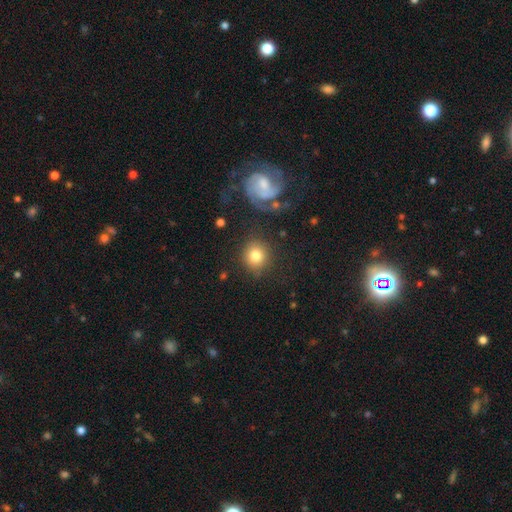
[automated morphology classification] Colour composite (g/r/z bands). It shows a smooth galaxy with no disk features (77%) that is round (86%). Merging: none (79%).